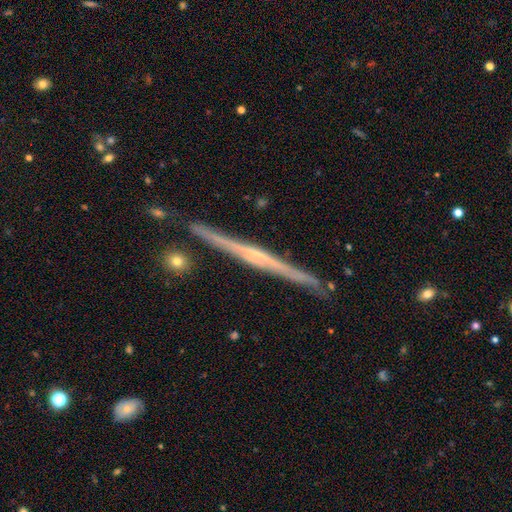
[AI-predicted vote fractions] Overall: featured or disk (80%). Edge-on disk: yes (98%). Edge-on bulge: none (48%; rounded 42%). Merging: none (89%).